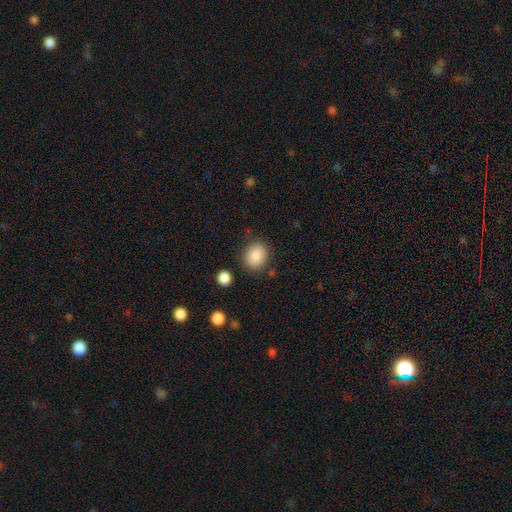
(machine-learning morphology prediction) This appears to be a smooth galaxy with no disk features (86%) that is round (66%). Merging: none (82%).